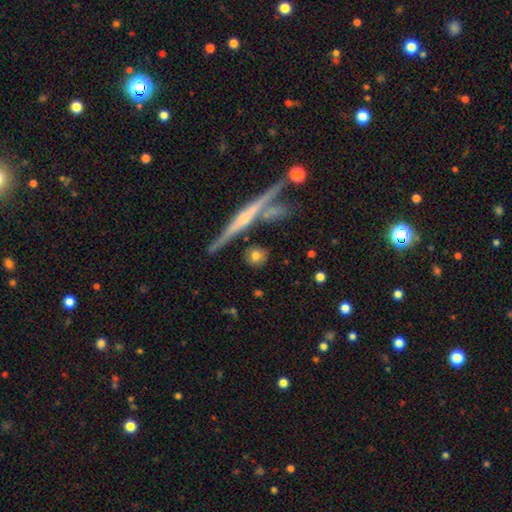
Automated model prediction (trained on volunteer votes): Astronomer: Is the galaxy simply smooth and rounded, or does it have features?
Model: smooth — 71%.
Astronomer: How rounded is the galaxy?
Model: round — 82%.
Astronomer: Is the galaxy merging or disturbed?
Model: none — 82%.